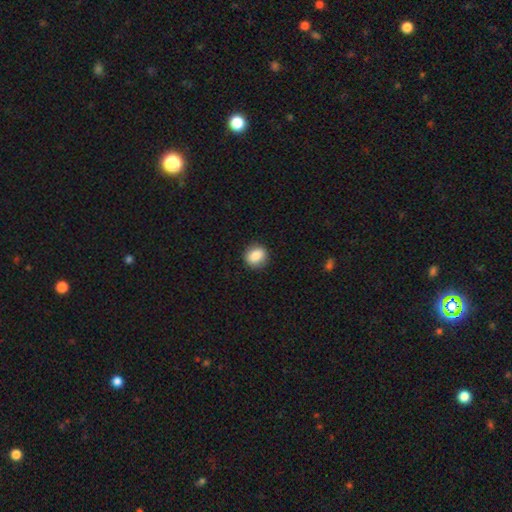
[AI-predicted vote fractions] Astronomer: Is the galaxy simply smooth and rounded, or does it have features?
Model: smooth — 86%.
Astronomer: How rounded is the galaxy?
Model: round — 70%.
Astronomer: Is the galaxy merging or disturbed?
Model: none — 89%.